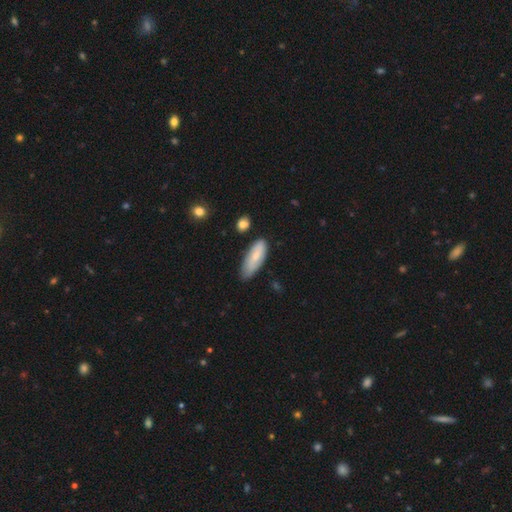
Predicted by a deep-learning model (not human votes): Smooth or featured? smooth (72%)
How rounded? in between (71%)
Merging? none (63%)